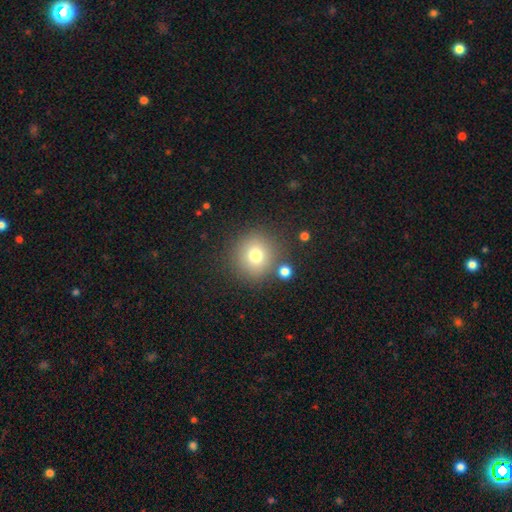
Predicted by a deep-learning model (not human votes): This is likely a smooth galaxy (74%). How rounded: clearly round (92%). Merging: clearly none (81%).